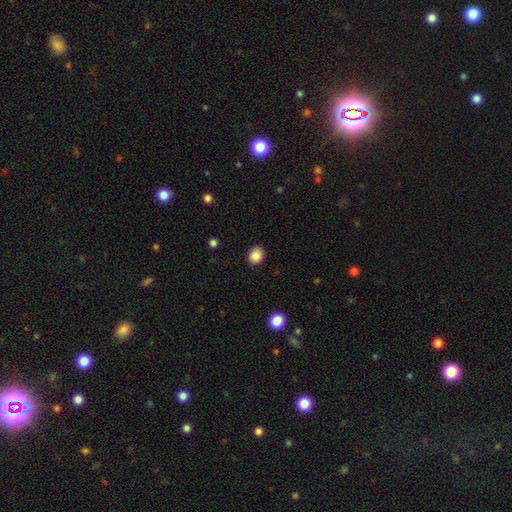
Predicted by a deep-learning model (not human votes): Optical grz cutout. It shows a smooth galaxy with no disk features (88%) that is round (71%). Merging: none (89%).